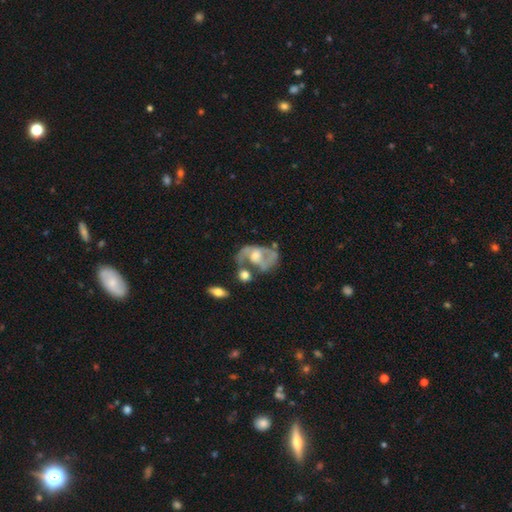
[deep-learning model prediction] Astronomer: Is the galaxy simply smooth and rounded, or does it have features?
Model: featured or disk — 75%.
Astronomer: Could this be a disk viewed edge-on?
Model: no — 96%.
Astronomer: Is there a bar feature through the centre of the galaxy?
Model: no — 55% (runner-up: weak, 33%).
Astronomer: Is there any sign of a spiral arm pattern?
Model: yes — 70%.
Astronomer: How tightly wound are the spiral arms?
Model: medium — 46% (runner-up: loose, 34%).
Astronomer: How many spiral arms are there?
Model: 2 — 71%.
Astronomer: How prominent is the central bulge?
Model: moderate — 54%.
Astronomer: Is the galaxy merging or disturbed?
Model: none — 37% (runner-up: merger, 22%).